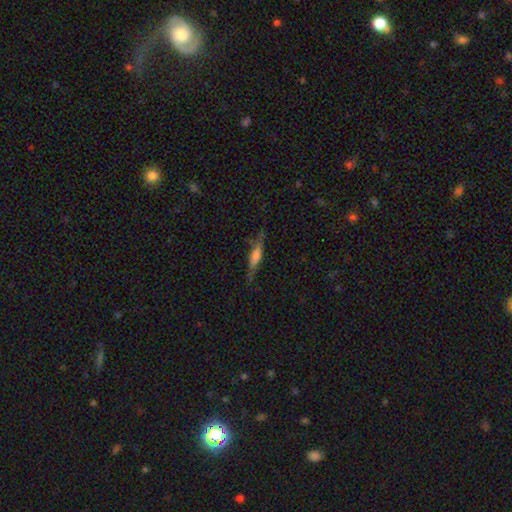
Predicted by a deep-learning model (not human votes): A smooth galaxy with no disk features (50%) that is cigar-shaped (75%).

Vote fractions:
- Smooth or featured? smooth: 50% / featured or disk: 42% / star or artifact: 8%
- How rounded? cigar-shaped: 75% / in between: 23% / round: 2%
- Merging? none: 67% / minor disturbance: 22% / major disturbance: 8% / merger: 2%